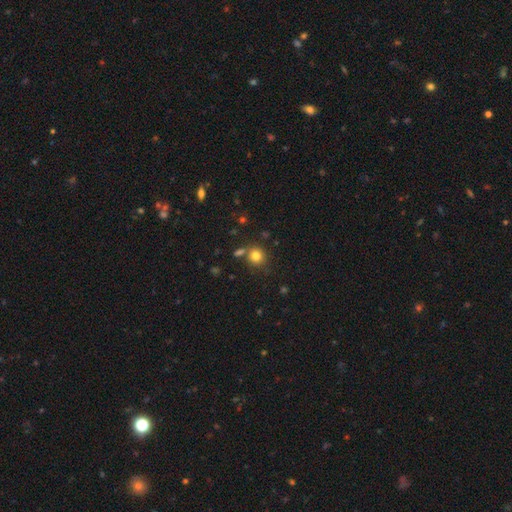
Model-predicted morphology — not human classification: Smooth or featured?
  - smooth: 80% *
  - star or artifact: 13%
  - featured or disk: 7%
How rounded?
  - round: 87% *
  - in between: 12%
  - cigar-shaped: 1%
Merging?
  - none: 72% *
  - merger: 13%
  - minor disturbance: 11%
  - major disturbance: 4%